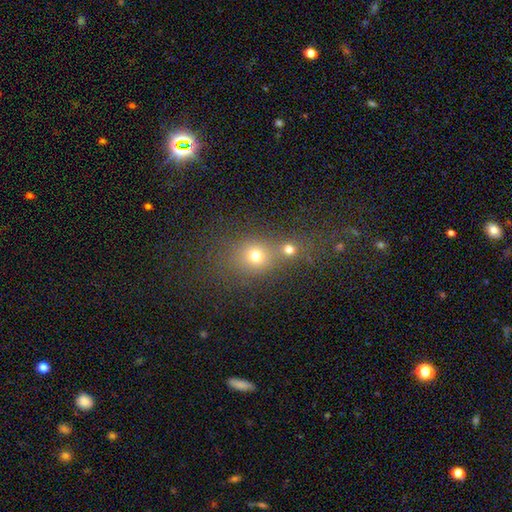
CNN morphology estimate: Smooth or featured: smooth — 69% (star or artifact — 21%)
How rounded: round — 75% (in between — 24%)
Merging: none — 45% (merger — 44%)